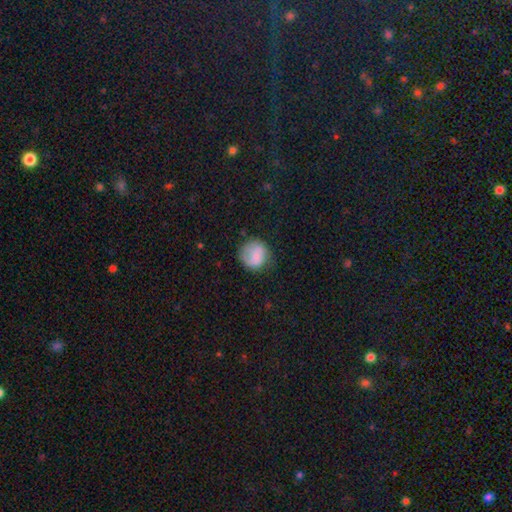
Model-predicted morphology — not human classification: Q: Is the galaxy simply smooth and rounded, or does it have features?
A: smooth — 75%.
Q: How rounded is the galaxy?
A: round — 87%.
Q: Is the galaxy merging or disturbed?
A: none — 66%.